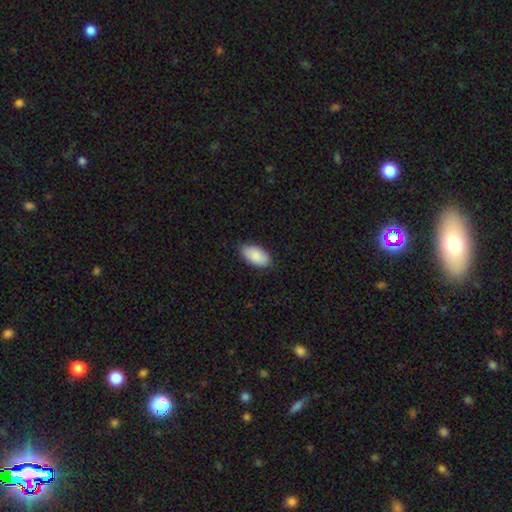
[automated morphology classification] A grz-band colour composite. It shows a smooth galaxy with no disk features (87%) that is in between round and cigar-shaped (95%). Merging: none (83%).